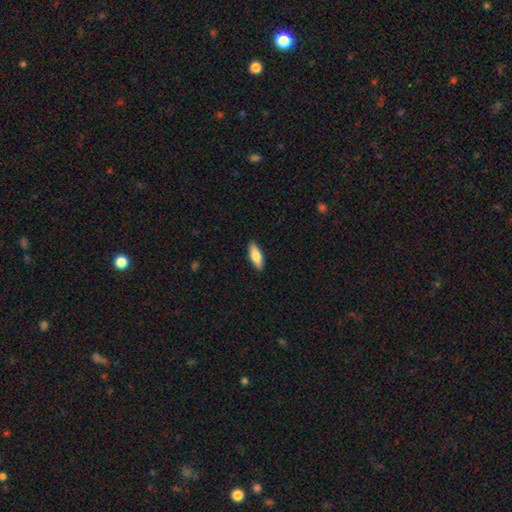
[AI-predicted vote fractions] Smooth or featured? Predicted: smooth (p=0.77). How rounded? Predicted: in between (p=0.65). Merging? Predicted: none (p=0.90).